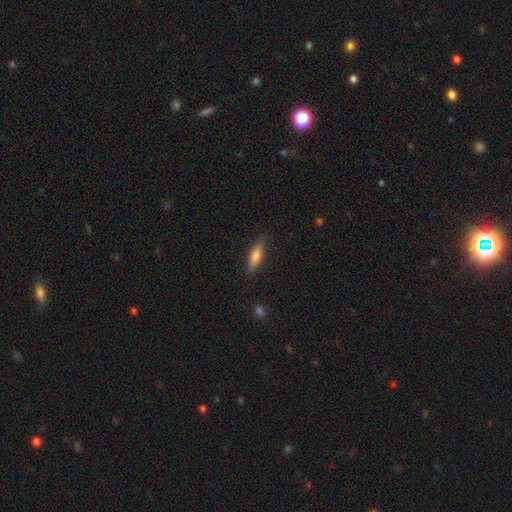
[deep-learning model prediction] Smooth or featured? Predicted: smooth (p=0.66). How rounded? Predicted: cigar-shaped (p=0.63). Merging? Predicted: none (p=0.81).